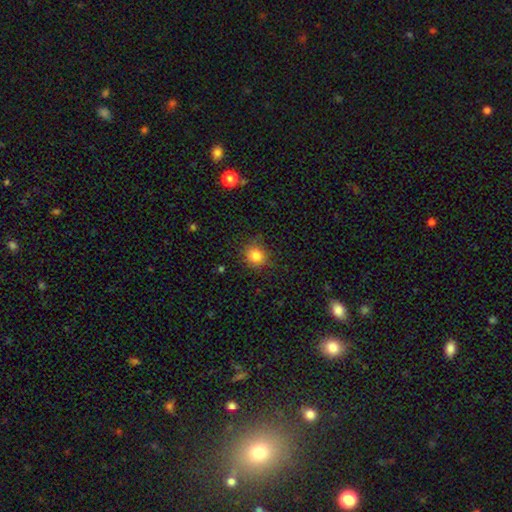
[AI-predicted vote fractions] Smooth or featured: smooth — 82% (star or artifact — 12%)
How rounded: round — 85% (in between — 14%)
Merging: none — 82% (minor disturbance — 13%)